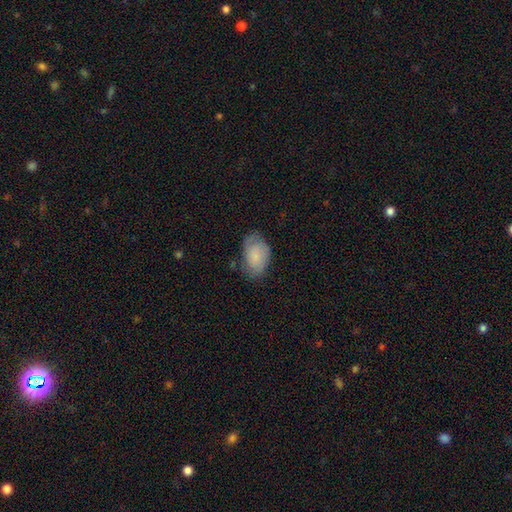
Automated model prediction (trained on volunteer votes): This appears to be a smooth galaxy with no disk features (74%) that is in between round and cigar-shaped (89%). Merging: none (63%).